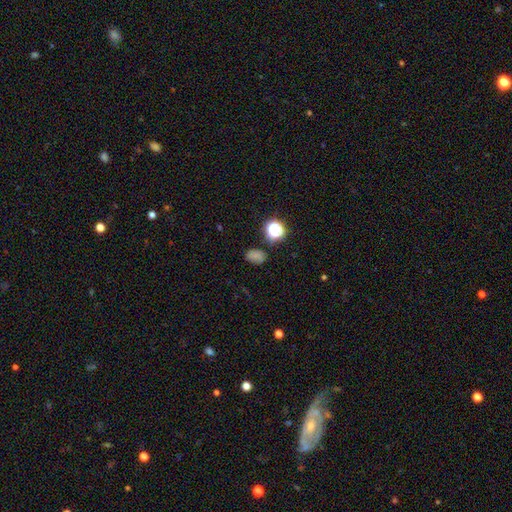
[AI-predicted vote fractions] This appears to be a smooth galaxy with no disk features (68%) that is in between round and cigar-shaped (73%). Merging: none (74%).